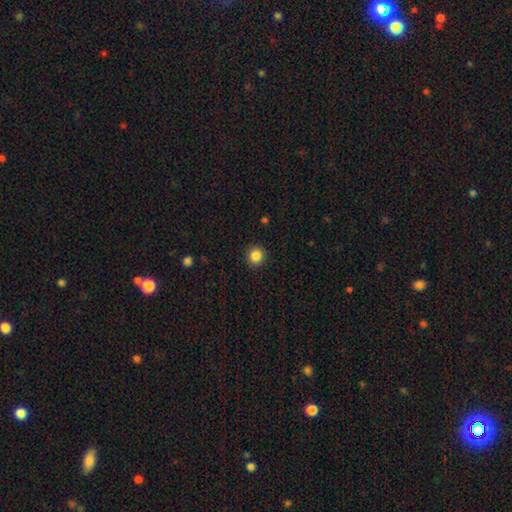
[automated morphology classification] A smooth galaxy with no disk features (85%) that is round (93%). Merging: none (92%).